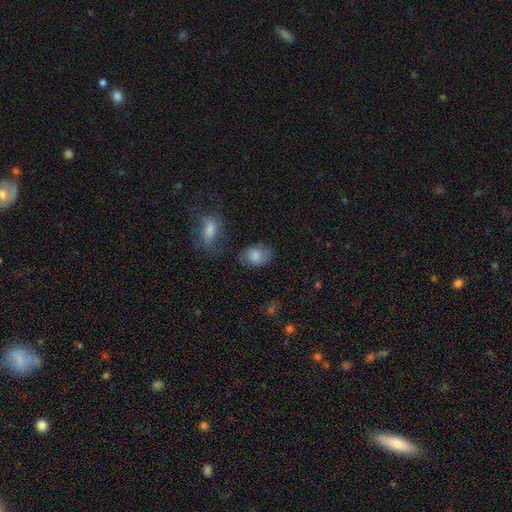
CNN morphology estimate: This is likely a smooth galaxy (79%). How rounded: likely in between (72%). Merging: likely none (62%).